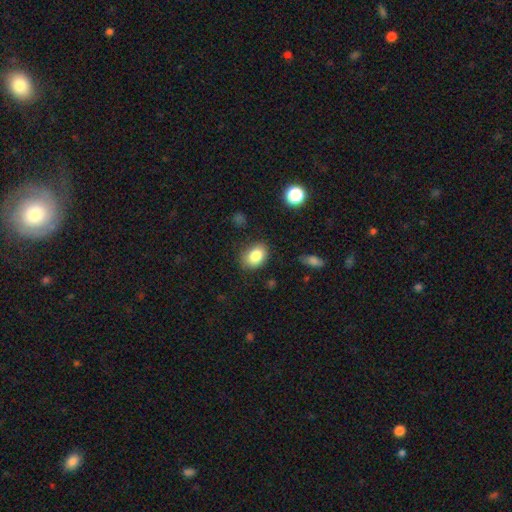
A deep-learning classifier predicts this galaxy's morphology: A smooth galaxy with no disk features (84%) that is in between round and cigar-shaped (73%). Merging: none (80%).